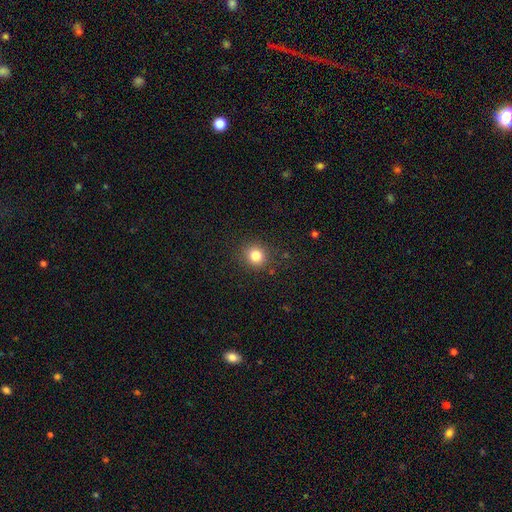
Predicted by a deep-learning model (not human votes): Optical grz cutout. It shows a smooth galaxy with no disk features (82%) that is round (88%). Merging: none (89%).